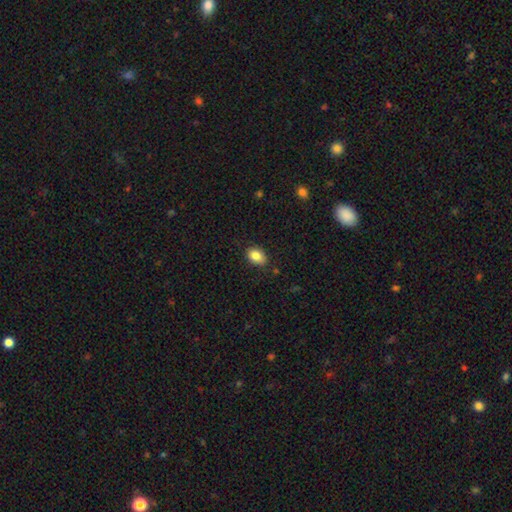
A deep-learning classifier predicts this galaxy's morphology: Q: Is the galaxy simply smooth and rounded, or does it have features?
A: smooth — 84%.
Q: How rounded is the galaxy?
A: in between — 83%.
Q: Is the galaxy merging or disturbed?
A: none — 84%.